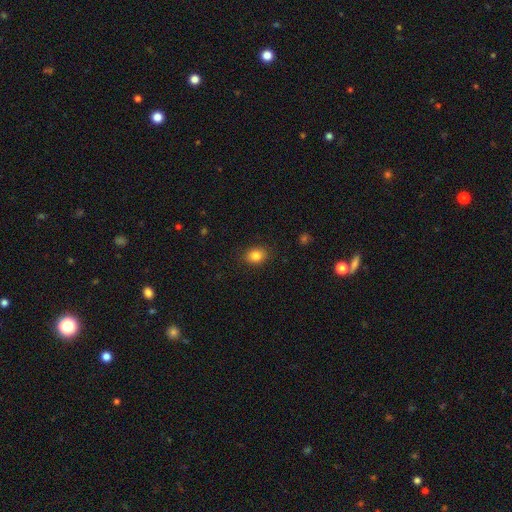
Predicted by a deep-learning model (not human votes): Smooth or featured?
  - smooth: 83% *
  - star or artifact: 11%
  - featured or disk: 6%
How rounded?
  - in between: 51% *
  - round: 48%
  - cigar-shaped: 1%
Merging?
  - none: 88% *
  - minor disturbance: 8%
  - major disturbance: 2%
  - merger: 1%